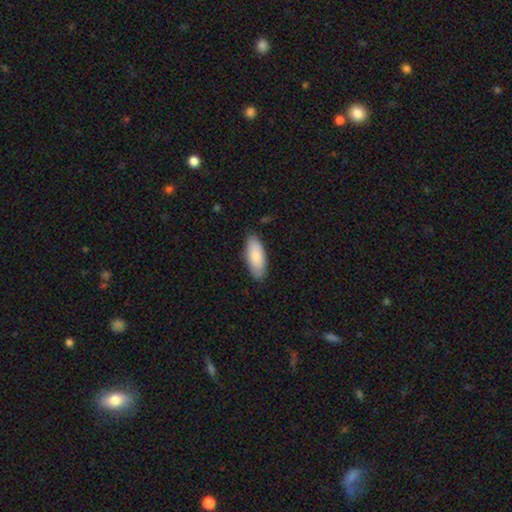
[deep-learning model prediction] smooth_or_featured: smooth (p=0.83) [alt: featured or disk p=0.11]
how_rounded: in between (p=0.83) [alt: cigar-shaped p=0.15]
merging: none (p=0.84) [alt: minor disturbance p=0.13]